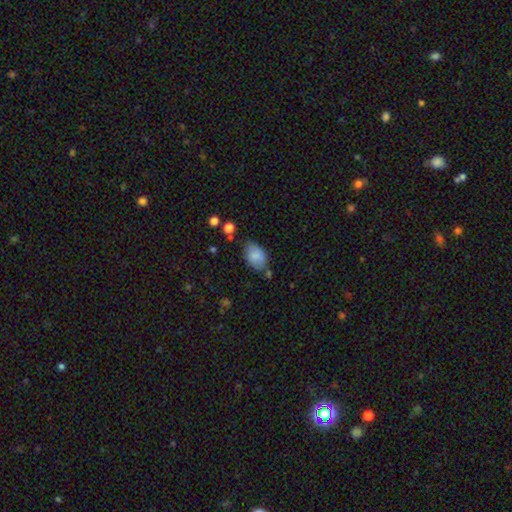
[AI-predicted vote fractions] Smooth or featured: smooth — 82% (featured or disk — 11%)
How rounded: in between — 89% (round — 10%)
Merging: none — 65% (minor disturbance — 24%)